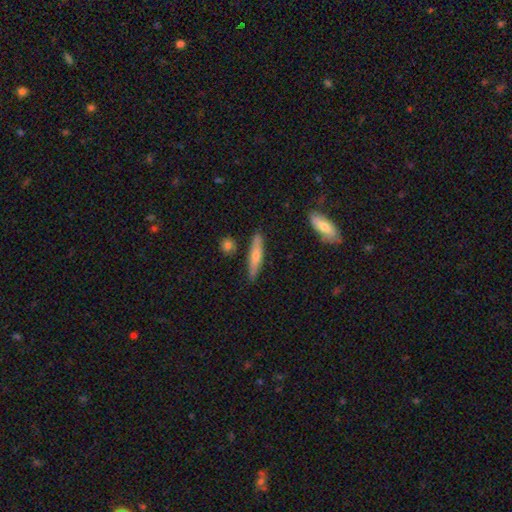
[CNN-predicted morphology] smooth-or-featured: smooth: 51% | featured or disk: 42% | star or artifact: 6%
  how-rounded: cigar-shaped: 88% | in between: 10% | round: 2%
  merging: none: 86% | minor disturbance: 10% | merger: 3% | major disturbance: 2%